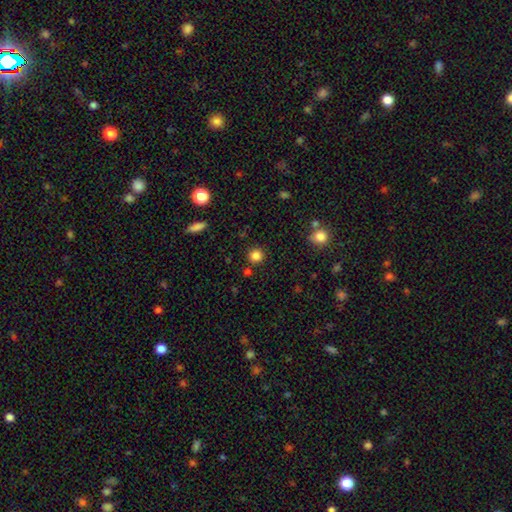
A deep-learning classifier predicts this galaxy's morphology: Smooth or featured? smooth (84%)
How rounded? round (93%)
Merging? none (86%)